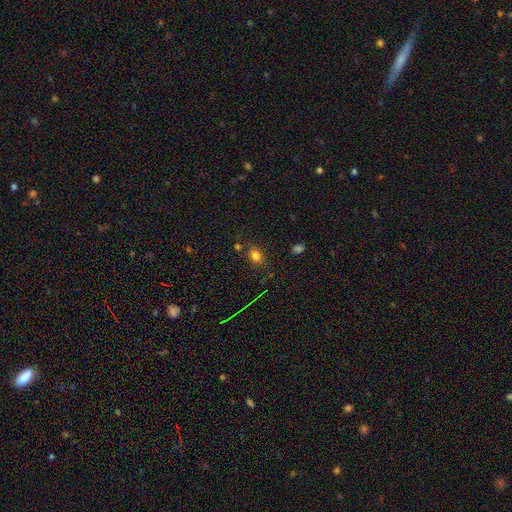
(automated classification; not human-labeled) smooth_or_featured: smooth (p=0.77) [alt: star or artifact p=0.16]
how_rounded: in between (p=0.55) [alt: round p=0.43]
merging: none (p=0.76) [alt: minor disturbance p=0.13]